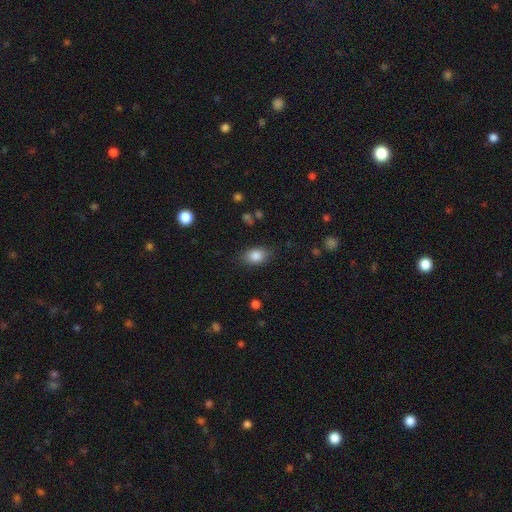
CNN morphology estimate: A smooth galaxy with no disk features (86%) that is in between round and cigar-shaped (77%). Merging: none (83%).